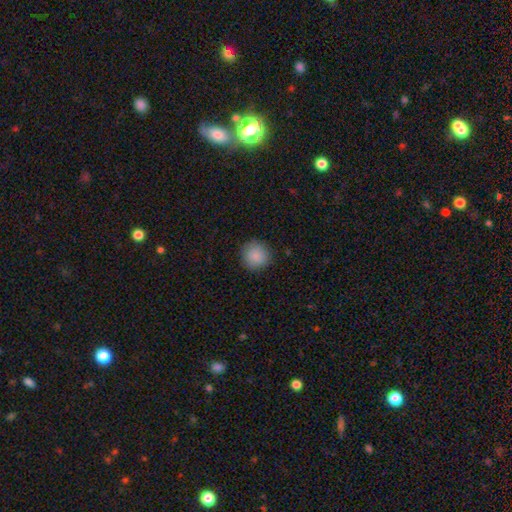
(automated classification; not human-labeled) Smooth or featured?
  - smooth: 88% *
  - star or artifact: 8%
  - featured or disk: 4%
How rounded?
  - round: 94% *
  - in between: 5%
  - cigar-shaped: 1%
Merging?
  - none: 88% *
  - minor disturbance: 8%
  - major disturbance: 2%
  - merger: 1%